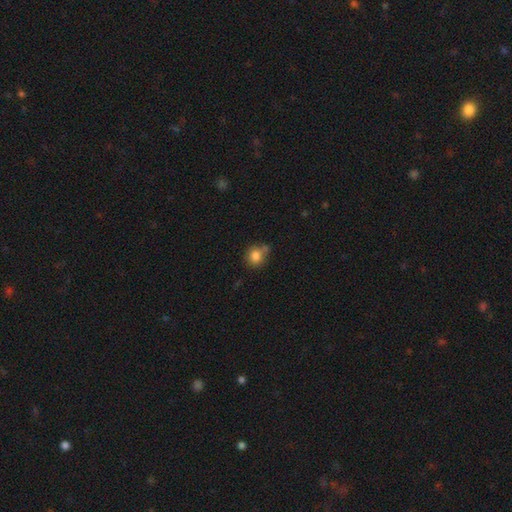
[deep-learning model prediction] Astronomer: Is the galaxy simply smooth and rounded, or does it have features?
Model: smooth — 83%.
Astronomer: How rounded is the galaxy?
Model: round — 82%.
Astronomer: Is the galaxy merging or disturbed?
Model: none — 60%.